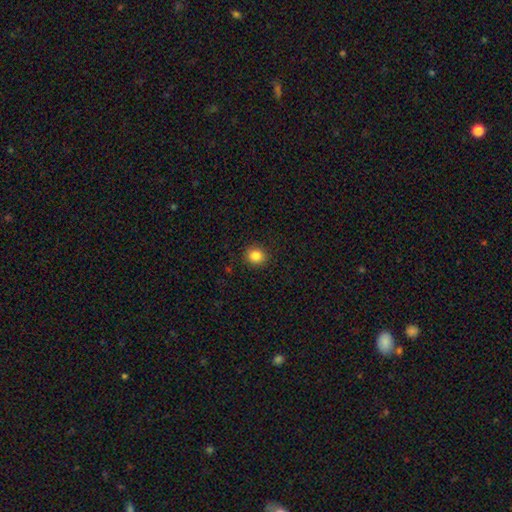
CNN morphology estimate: smooth_or_featured: smooth (p=0.85) [alt: star or artifact p=0.10]
how_rounded: round (p=0.83) [alt: in between p=0.16]
merging: none (p=0.91) [alt: minor disturbance p=0.06]